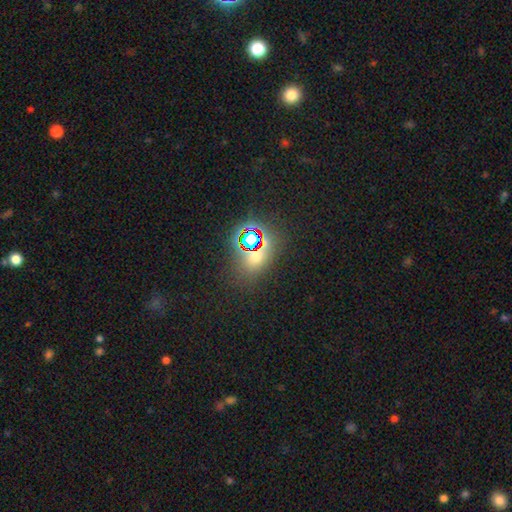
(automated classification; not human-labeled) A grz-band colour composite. It shows a star or artifact, not a galaxy (49%).